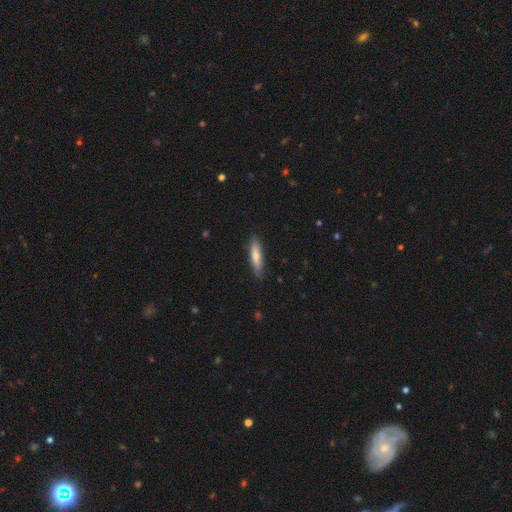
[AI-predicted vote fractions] Overall: smooth (65%; featured or disk 29%). How rounded: cigar-shaped (84%). Merging: none (88%).